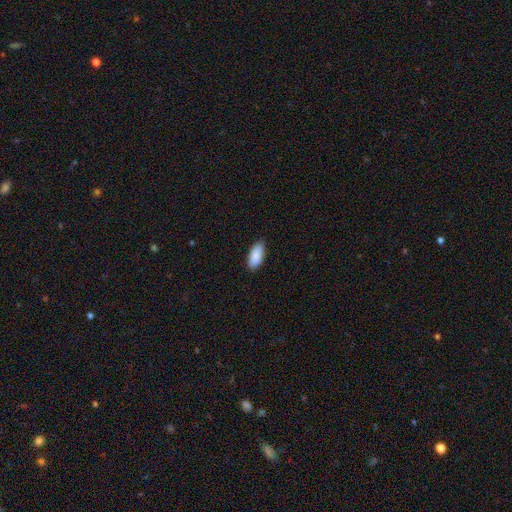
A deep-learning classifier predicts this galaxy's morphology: type=smooth (90%); roundness=in between (91%); merging=none (87%).